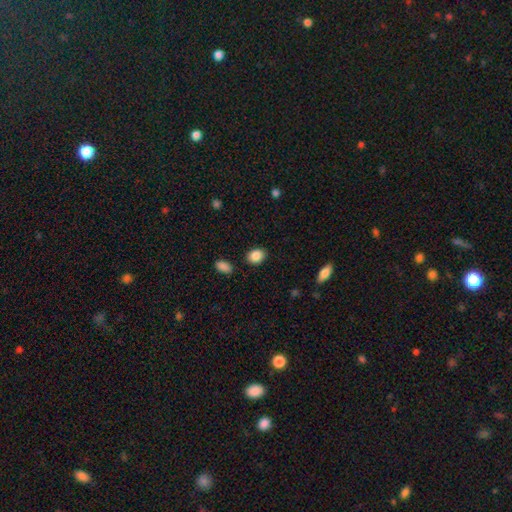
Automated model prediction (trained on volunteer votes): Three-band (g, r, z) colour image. It shows a smooth galaxy with no disk features (88%) that is in between round and cigar-shaped (55%). Merging: none (87%).